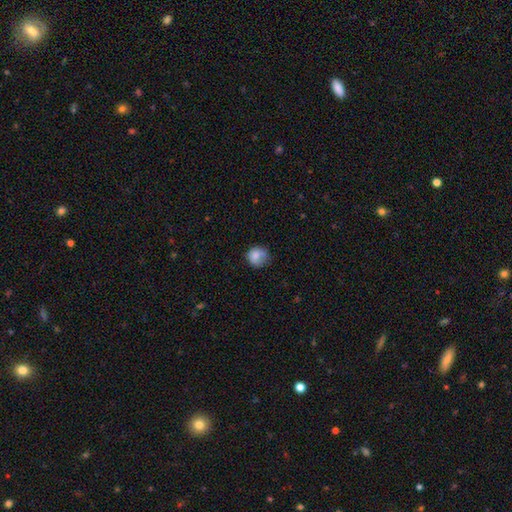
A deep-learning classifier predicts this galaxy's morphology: Smooth or featured? smooth (79%)
How rounded? round (81%)
Merging? none (54%)